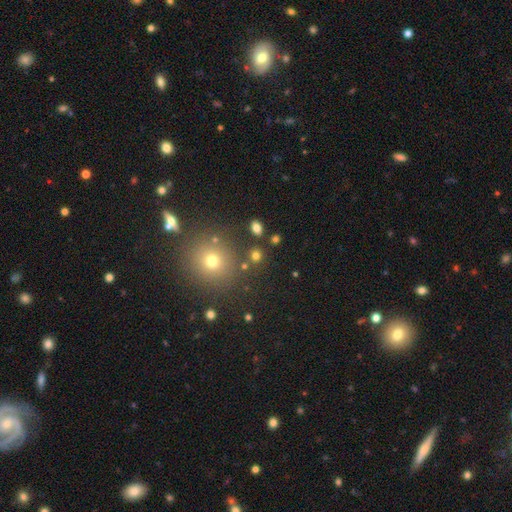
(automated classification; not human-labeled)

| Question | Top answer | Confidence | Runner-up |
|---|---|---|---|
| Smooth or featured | smooth | 73% | star or artifact (20%) |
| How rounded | round | 75% | in between (24%) |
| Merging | none | 80% | minor disturbance (8%) |